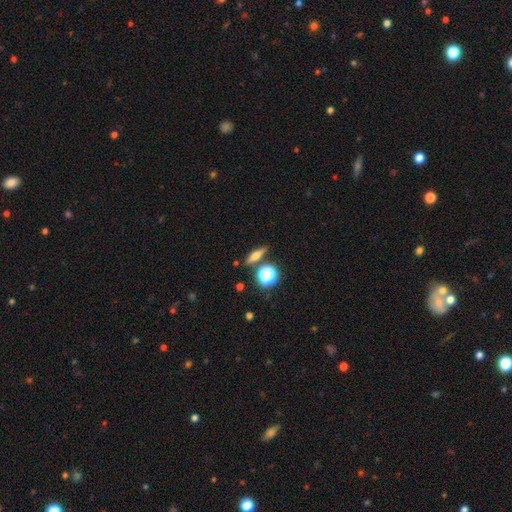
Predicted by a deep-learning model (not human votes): smooth-or-featured: featured or disk: 45% | smooth: 42% | star or artifact: 13%
  merging: none: 81% | minor disturbance: 10% | merger: 7% | major disturbance: 3%